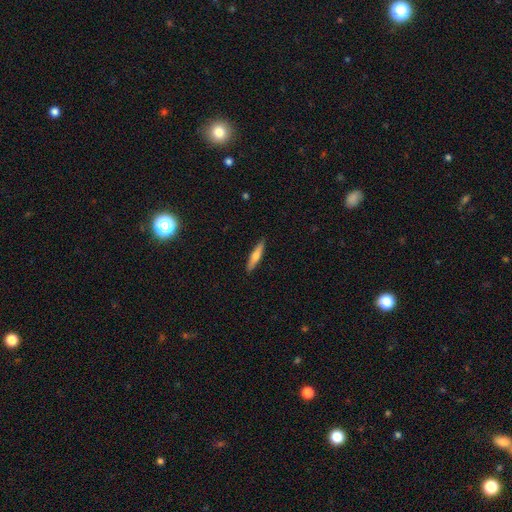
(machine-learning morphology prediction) Overall: smooth (57%; featured or disk 37%). How rounded: cigar-shaped (86%). Merging: none (90%).